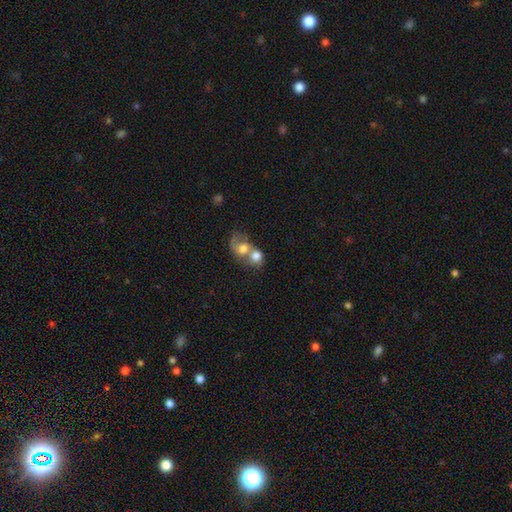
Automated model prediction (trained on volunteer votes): Overall: smooth (68%). How rounded: round (58%; in between 41%). Merging: merger (76%).